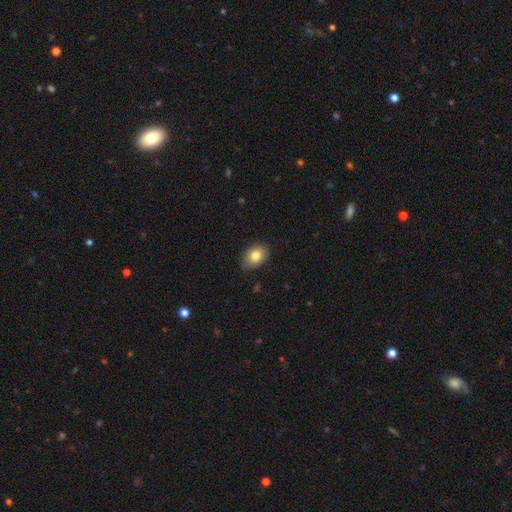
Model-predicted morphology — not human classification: This appears to be a smooth galaxy with no disk features (80%) that is in between round and cigar-shaped (76%). Merging: none (85%).